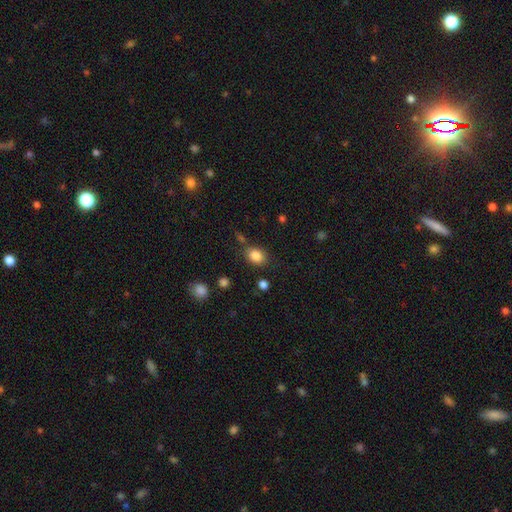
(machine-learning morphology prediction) Smooth or featured? Predicted: smooth (p=0.84). How rounded? Predicted: in between (p=0.62). Merging? Predicted: none (p=0.76).